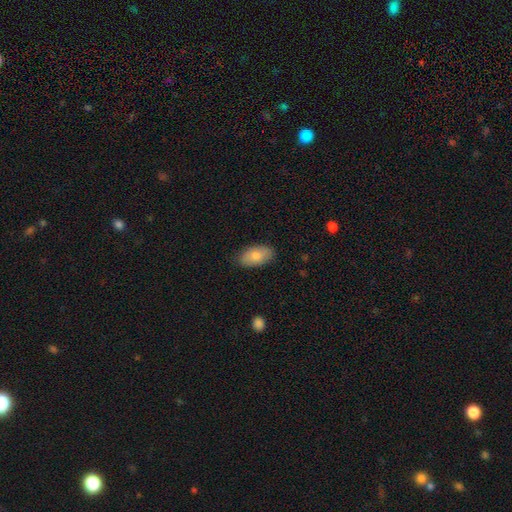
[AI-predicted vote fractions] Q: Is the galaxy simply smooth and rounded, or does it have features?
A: smooth — 83%.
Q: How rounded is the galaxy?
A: in between — 94%.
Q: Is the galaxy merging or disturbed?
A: none — 85%.